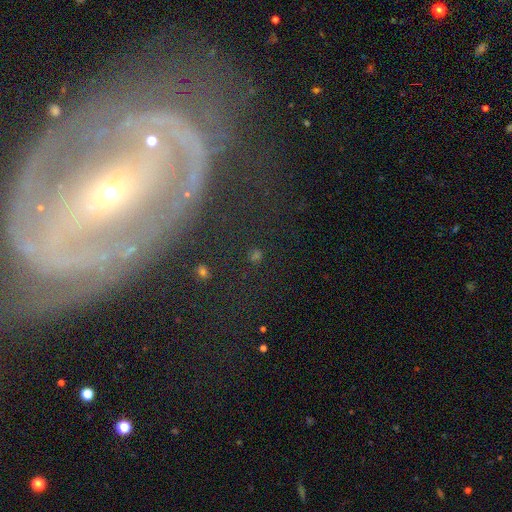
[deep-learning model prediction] smooth_or_featured: smooth (p=0.44) [alt: star or artifact p=0.41]
merging: none (p=0.80) [alt: minor disturbance p=0.09]